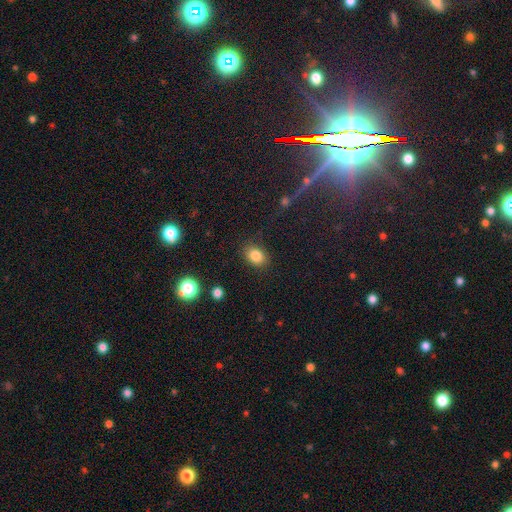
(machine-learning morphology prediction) This is clearly a smooth galaxy (83%). How rounded: likely in between (69%). Merging: clearly none (84%).